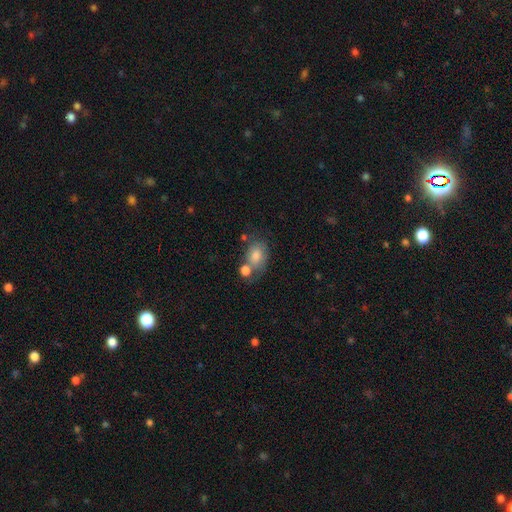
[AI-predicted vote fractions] smooth_or_featured: smooth (p=0.78) [alt: featured or disk p=0.14]
how_rounded: in between (p=0.74) [alt: round p=0.25]
merging: none (p=0.43) [alt: merger p=0.30]